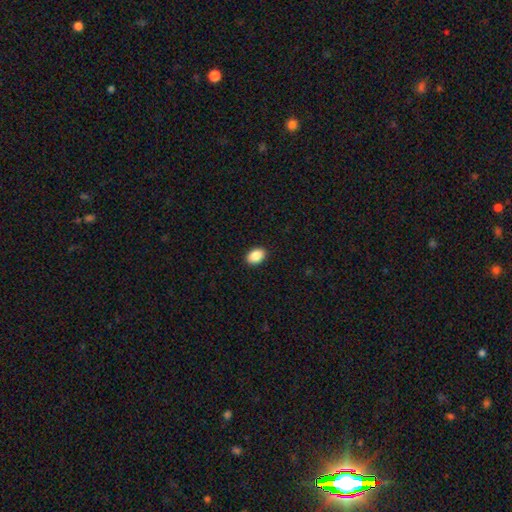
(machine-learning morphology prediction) smooth_or_featured: smooth (p=0.88) [alt: star or artifact p=0.08]
how_rounded: in between (p=0.84) [alt: round p=0.15]
merging: none (p=0.91) [alt: minor disturbance p=0.07]